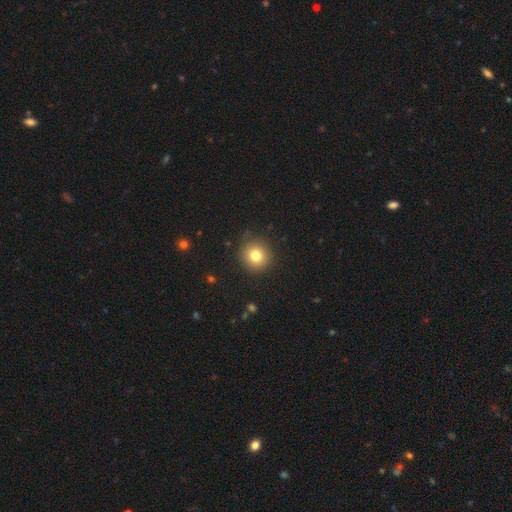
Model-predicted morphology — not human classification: Smooth or featured? smooth (80%)
How rounded? round (92%)
Merging? none (89%)